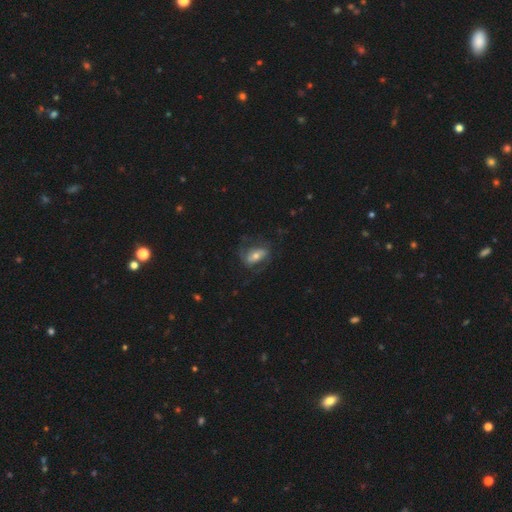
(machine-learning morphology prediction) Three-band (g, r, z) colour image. It shows a featured or disk galaxy (51%). Merging: none (61%).